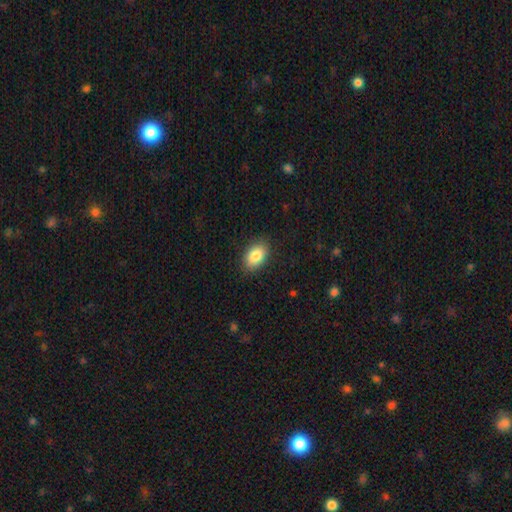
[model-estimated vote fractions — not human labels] The model was most divided on "merging": none: 87%, minor disturbance: 10%, major disturbance: 2%, merger: 1%. More confident: how rounded — in between (89%); smooth or featured — smooth (85%).